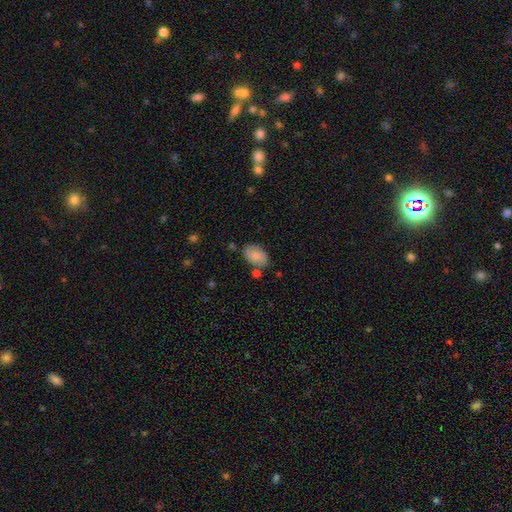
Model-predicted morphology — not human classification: Q: Smooth or featured?
A: smooth (79%); runner-up: featured or disk (14%)
Q: How rounded?
A: in between (86%); runner-up: round (13%)
Q: Merging?
A: none (70%); runner-up: minor disturbance (17%)